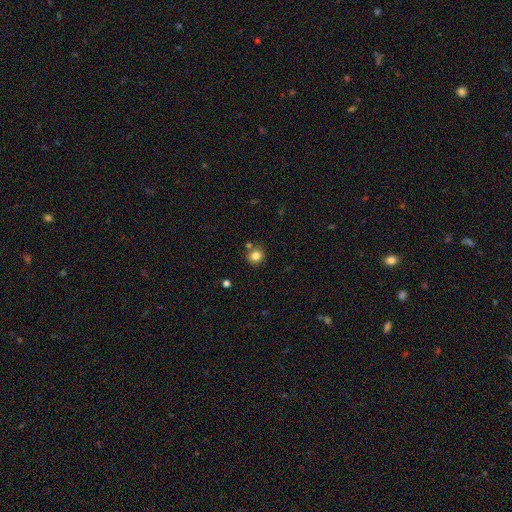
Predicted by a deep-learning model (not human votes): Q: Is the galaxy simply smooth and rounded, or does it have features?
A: smooth — 82%.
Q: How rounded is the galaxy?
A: round — 88%.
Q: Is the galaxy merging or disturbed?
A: none — 77%.